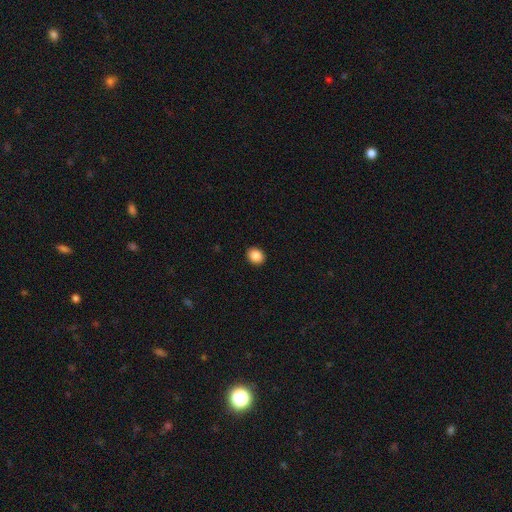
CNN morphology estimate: Smooth or featured? smooth (88%)
How rounded? round (63%)
Merging? none (92%)